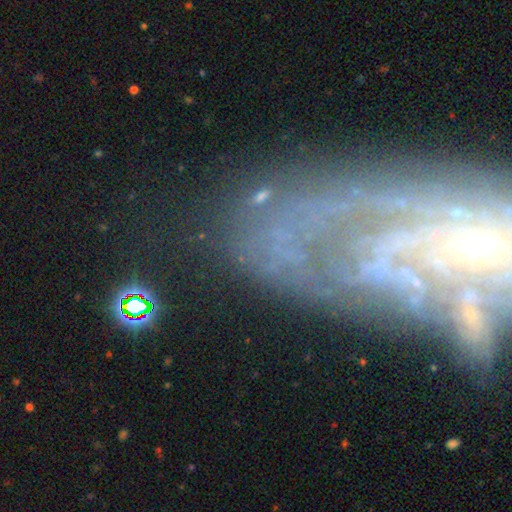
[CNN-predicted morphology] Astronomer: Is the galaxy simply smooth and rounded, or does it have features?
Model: featured or disk — 59%.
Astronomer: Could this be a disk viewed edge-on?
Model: no — 89%.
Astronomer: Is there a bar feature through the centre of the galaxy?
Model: no — 62%.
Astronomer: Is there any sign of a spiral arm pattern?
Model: yes — 63%.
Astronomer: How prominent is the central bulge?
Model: small — 34% (runner-up: none, 30%).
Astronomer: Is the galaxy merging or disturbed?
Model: none — 57%.